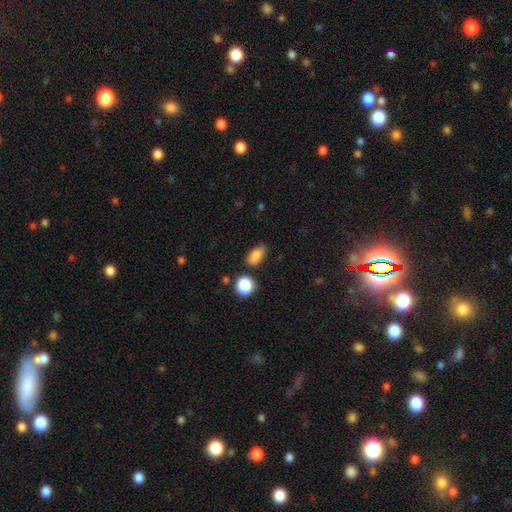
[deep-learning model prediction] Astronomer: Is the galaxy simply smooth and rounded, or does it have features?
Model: smooth — 85%.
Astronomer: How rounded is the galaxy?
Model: in between — 84%.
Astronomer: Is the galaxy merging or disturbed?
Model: none — 72%.